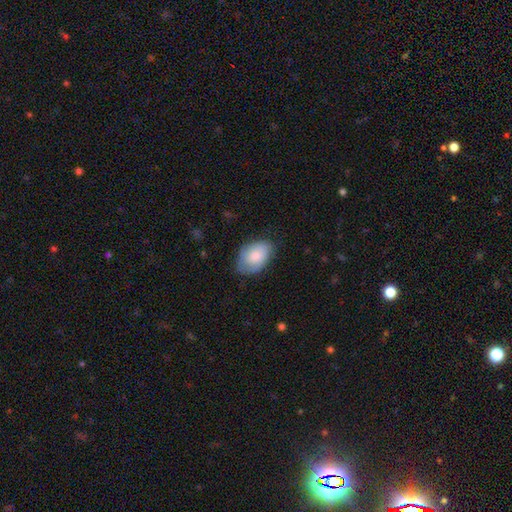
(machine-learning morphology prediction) type=smooth (75%); roundness=in between (88%); merging=none (67%).